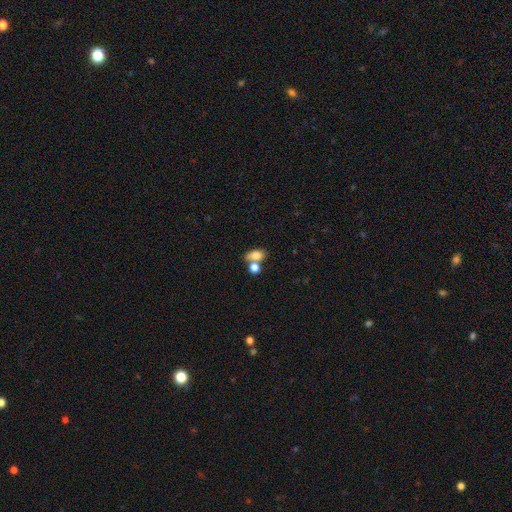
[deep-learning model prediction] A smooth galaxy with no disk features (78%) that is in between round and cigar-shaped (80%). Merging: merger (44%).